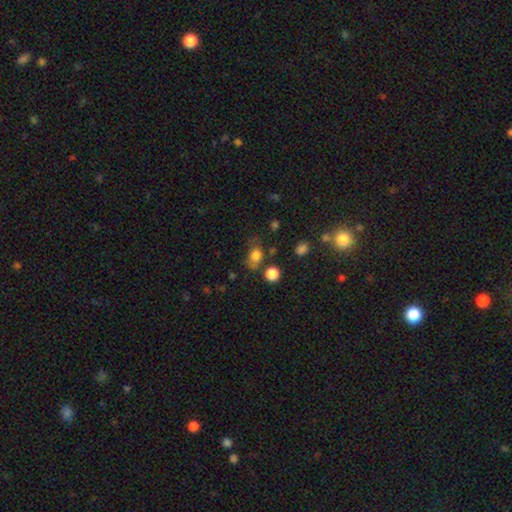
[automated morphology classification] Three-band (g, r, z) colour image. It shows a smooth galaxy with no disk features (76%) that is in between round and cigar-shaped (57%). Merging: none (55%).